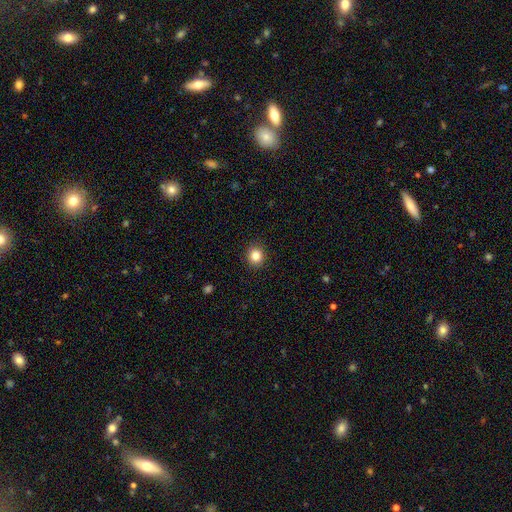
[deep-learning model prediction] Smooth or featured?
  - smooth: 84% *
  - star or artifact: 11%
  - featured or disk: 5%
How rounded?
  - round: 87% *
  - in between: 12%
  - cigar-shaped: 1%
Merging?
  - none: 92% *
  - minor disturbance: 6%
  - major disturbance: 2%
  - merger: 1%